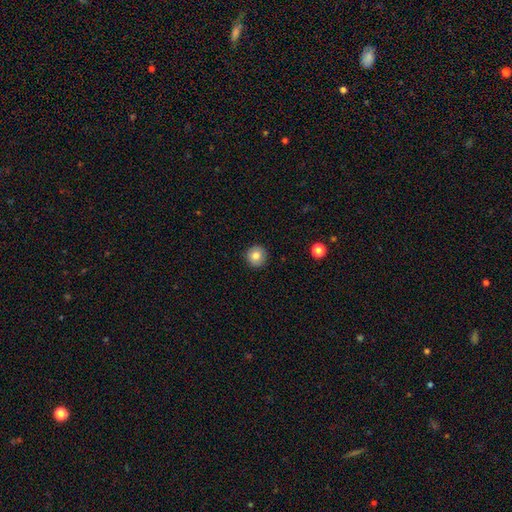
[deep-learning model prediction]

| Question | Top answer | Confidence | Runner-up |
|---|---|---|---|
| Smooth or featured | smooth | 82% | star or artifact (10%) |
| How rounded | round | 94% | in between (5%) |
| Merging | none | 91% | minor disturbance (6%) |